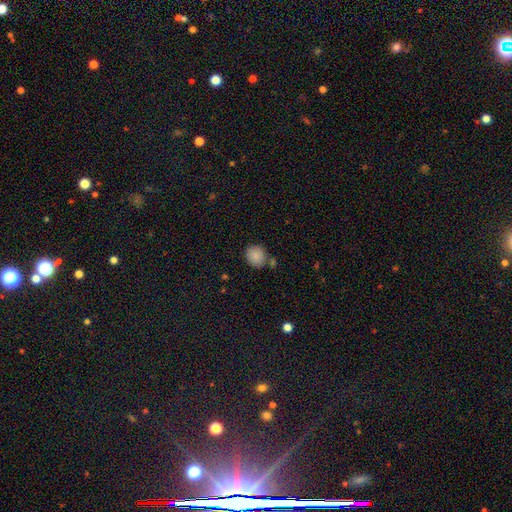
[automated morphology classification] Q: Smooth or featured?
A: smooth (87%); runner-up: star or artifact (8%)
Q: How rounded?
A: round (77%); runner-up: in between (22%)
Q: Merging?
A: none (75%); runner-up: minor disturbance (13%)